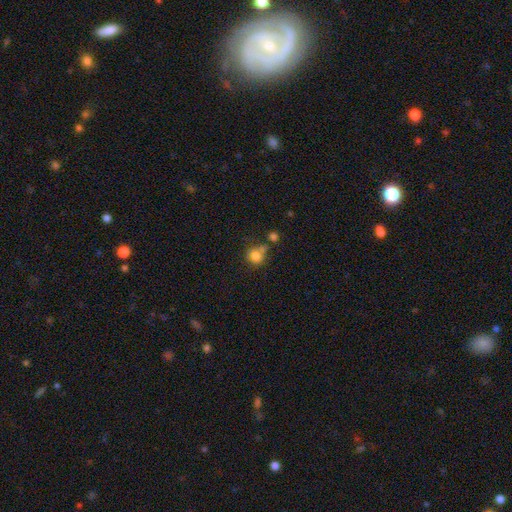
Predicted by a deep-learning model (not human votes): A smooth galaxy with no disk features (80%) that is round (76%). Merging: none (51%).